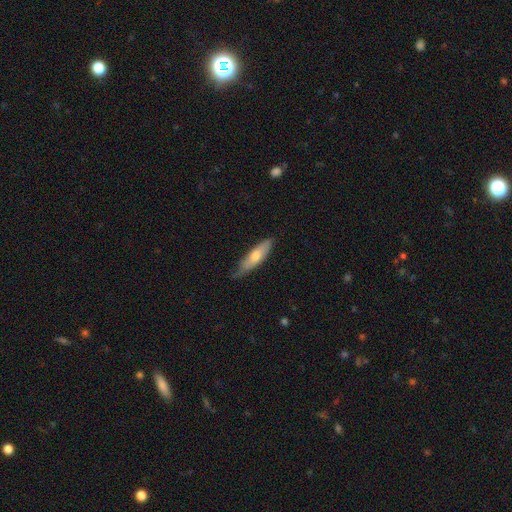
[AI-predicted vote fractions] This appears to be a smooth galaxy with no disk features (55%) that is cigar-shaped (71%). Merging: none (74%).